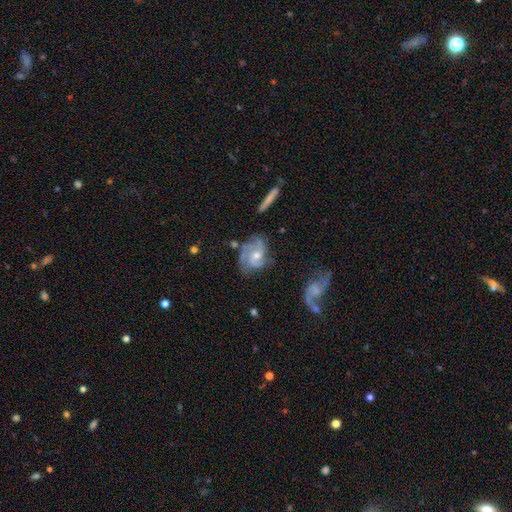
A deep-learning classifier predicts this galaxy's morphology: This is clearly a featured or disk galaxy (81%). It is clearly not viewed edge-on (96%). Bar: likely no (61%). Spiral arm pattern: clearly yes (93%). Spiral arm count: marginally 2 (42%). Spiral winding: possibly medium (45%). Central bulge: possibly moderate (56%). Merging: possibly none (56%).